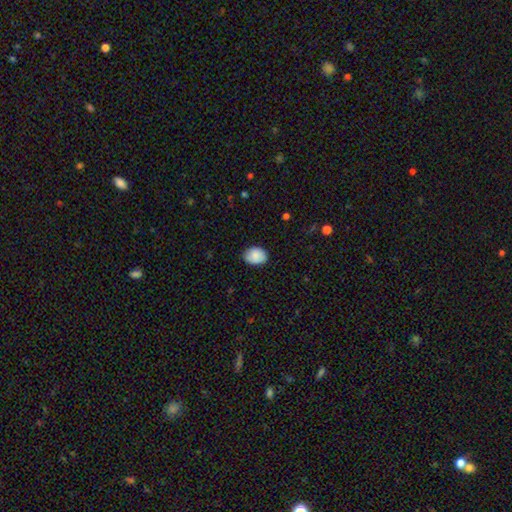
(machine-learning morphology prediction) A smooth galaxy with no disk features (86%) that is in between round and cigar-shaped (66%).

Vote fractions:
- Smooth or featured? smooth: 86% / featured or disk: 8% / star or artifact: 7%
- How rounded? in between: 66% / round: 33% / cigar-shaped: 1%
- Merging? none: 81% / minor disturbance: 15% / major disturbance: 2% / merger: 1%